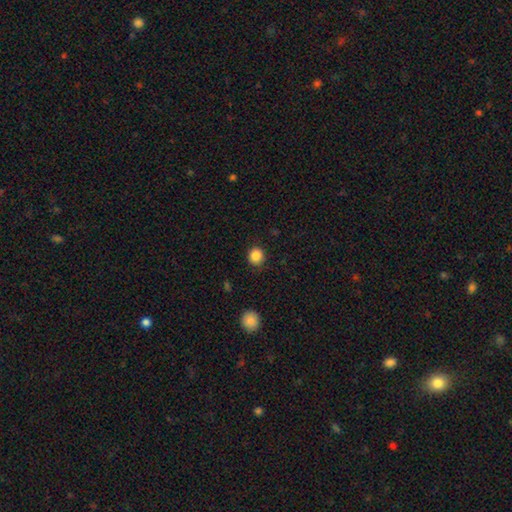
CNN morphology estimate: This appears to be a smooth galaxy with no disk features (87%) that is round (89%). Merging: none (88%).